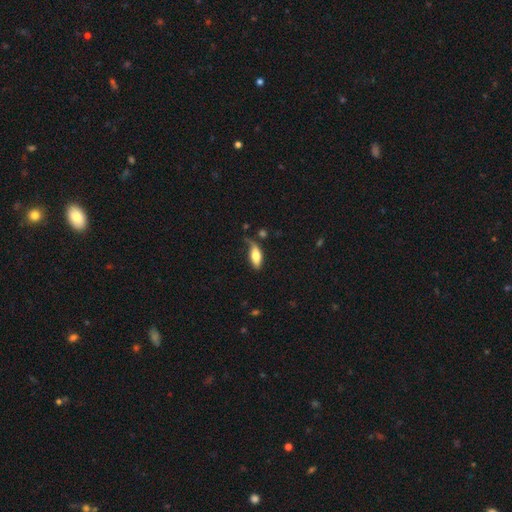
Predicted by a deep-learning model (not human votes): Smooth or featured? smooth (69%)
How rounded? in between (78%)
Merging? none (40%)